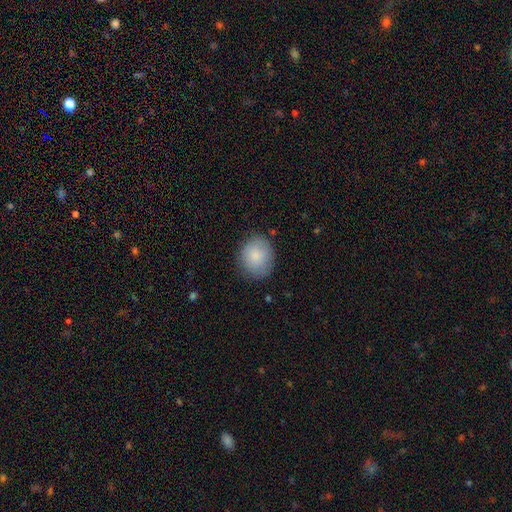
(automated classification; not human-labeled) A smooth galaxy with no disk features (85%) that is round (70%).

Vote fractions:
- Smooth or featured? smooth: 85% / featured or disk: 8% / star or artifact: 7%
- How rounded? round: 70% / in between: 29% / cigar-shaped: 1%
- Merging? none: 81% / minor disturbance: 14% / major disturbance: 3% / merger: 1%